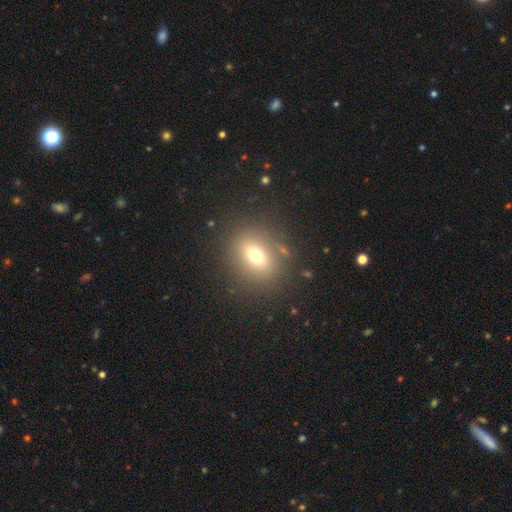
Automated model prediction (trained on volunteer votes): smooth 68%, featured or disk 17%, star or artifact 16%. Down the decision tree: how rounded — round (50%); merging — none (82%).